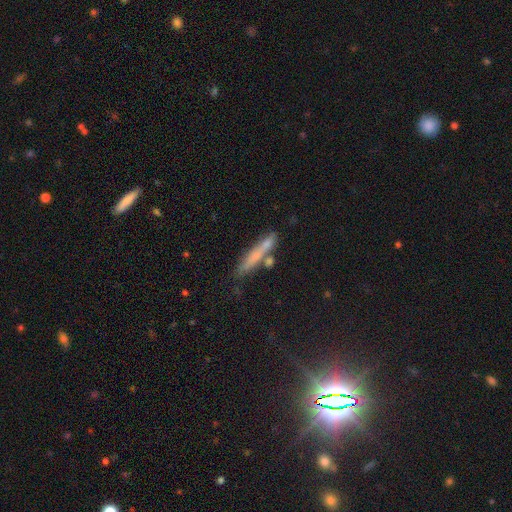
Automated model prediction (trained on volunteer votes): A smooth galaxy with no disk features (64%) that is cigar-shaped (91%).

Vote fractions:
- Smooth or featured? smooth: 64% / featured or disk: 28% / star or artifact: 8%
- How rounded? cigar-shaped: 91% / in between: 7% / round: 2%
- Merging? none: 68% / minor disturbance: 14% / merger: 14% / major disturbance: 4%